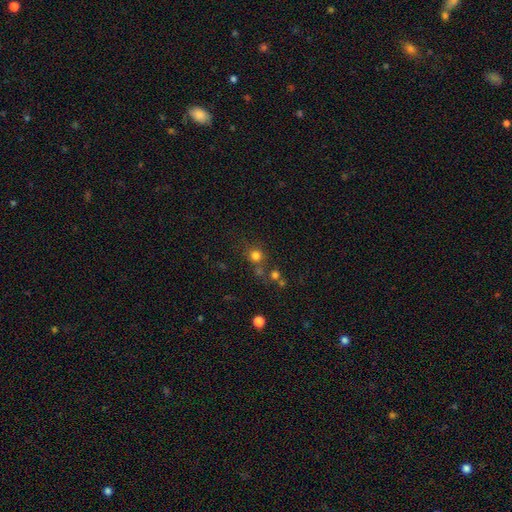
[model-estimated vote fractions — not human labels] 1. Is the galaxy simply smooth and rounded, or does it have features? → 74% smooth, 18% star or artifact, 8% featured or disk.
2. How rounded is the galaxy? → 90% round, 9% in between, 1% cigar-shaped.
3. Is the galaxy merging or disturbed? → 66% none, 18% merger, 10% minor disturbance, 6% major disturbance.